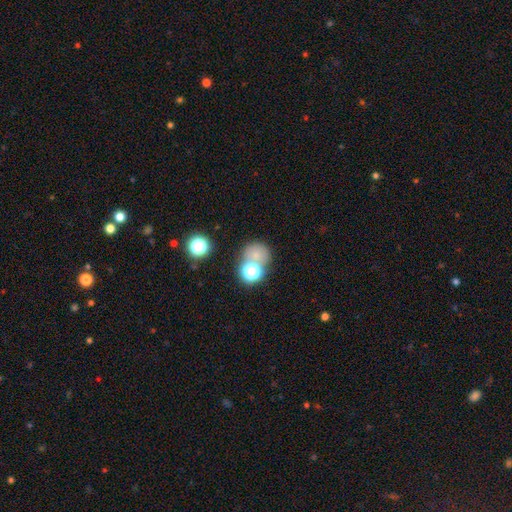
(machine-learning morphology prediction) smooth_or_featured: smooth (p=0.65) [alt: star or artifact p=0.23]
how_rounded: round (p=0.77) [alt: in between p=0.22]
merging: none (p=0.50) [alt: merger p=0.32]